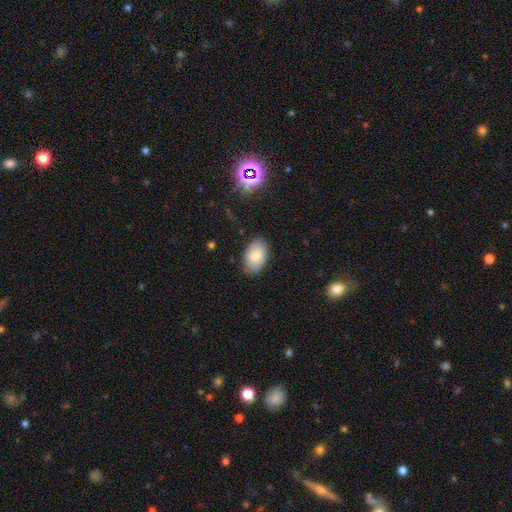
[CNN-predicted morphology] A smooth galaxy with no disk features (78%) that is in between round and cigar-shaped (93%). Merging: none (82%).